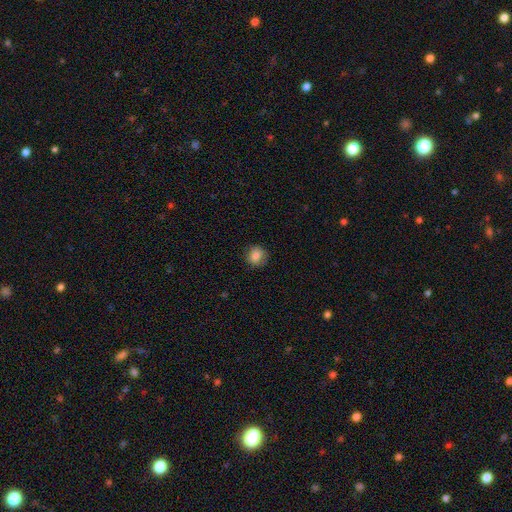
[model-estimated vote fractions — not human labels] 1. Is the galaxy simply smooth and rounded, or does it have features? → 83% smooth, 10% star or artifact, 7% featured or disk.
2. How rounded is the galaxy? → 87% round, 12% in between, 1% cigar-shaped.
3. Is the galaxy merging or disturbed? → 87% none, 10% minor disturbance, 2% major disturbance, 1% merger.